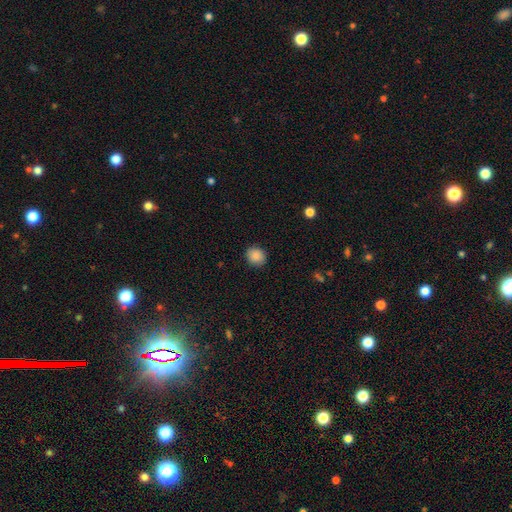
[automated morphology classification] Smooth or featured? smooth (87%)
How rounded? round (80%)
Merging? none (90%)